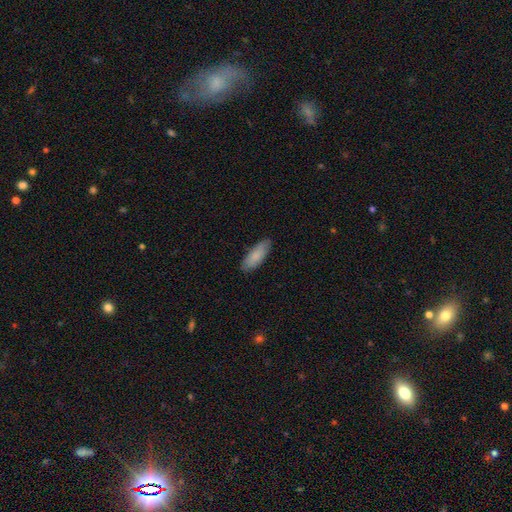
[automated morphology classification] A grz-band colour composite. It shows a smooth galaxy with no disk features (84%) that is in between round and cigar-shaped (71%). Merging: none (85%).